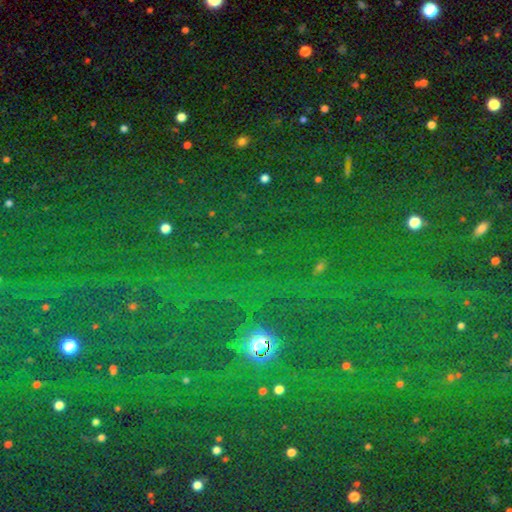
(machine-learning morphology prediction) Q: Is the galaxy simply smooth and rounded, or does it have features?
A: star or artifact — 82%.